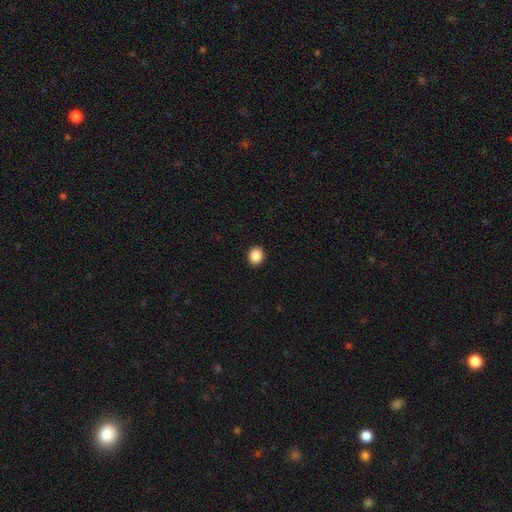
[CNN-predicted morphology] type=smooth (88%); roundness=round (71%); merging=none (93%).